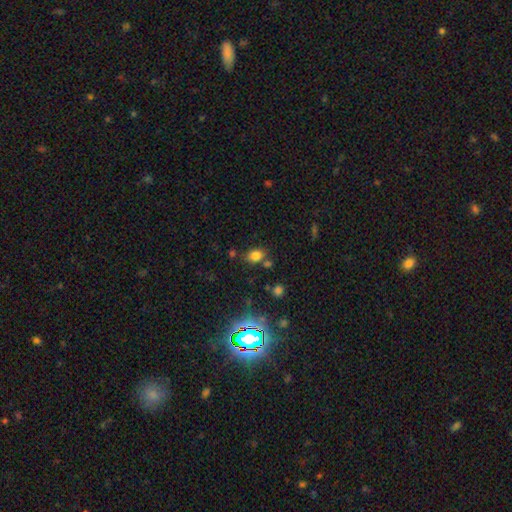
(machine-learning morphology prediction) smooth_or_featured: smooth (p=0.77) [alt: star or artifact p=0.16]
how_rounded: in between (p=0.64) [alt: round p=0.34]
merging: none (p=0.71) [alt: minor disturbance p=0.13]